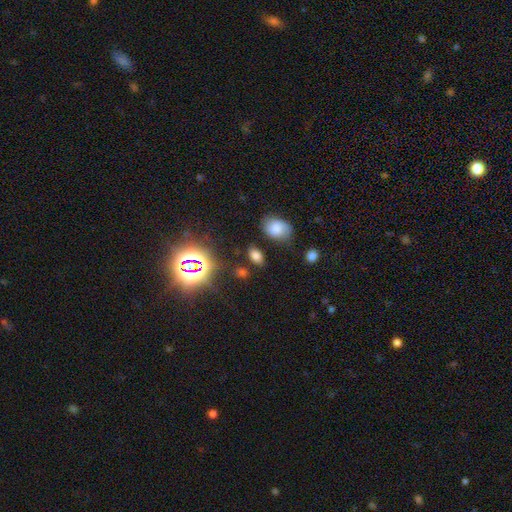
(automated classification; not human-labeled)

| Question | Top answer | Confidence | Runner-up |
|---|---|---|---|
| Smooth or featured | smooth | 66% | star or artifact (25%) |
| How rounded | in between | 85% | round (12%) |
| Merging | none | 78% | minor disturbance (13%) |